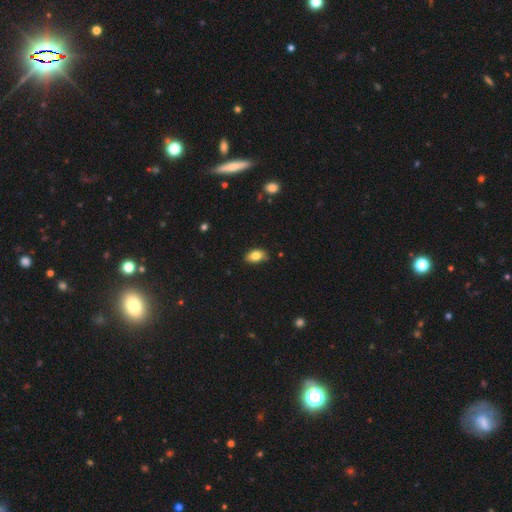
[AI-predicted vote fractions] Smooth or featured: smooth — 81% (featured or disk — 10%)
How rounded: in between — 87% (round — 11%)
Merging: none — 80% (minor disturbance — 17%)